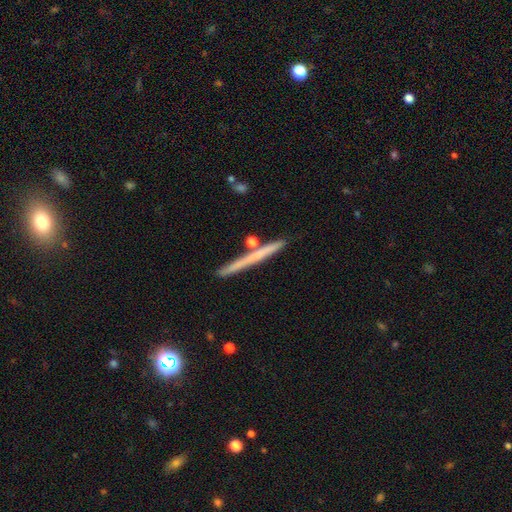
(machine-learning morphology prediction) Smooth or featured? smooth (49%)
Merging? none (87%)